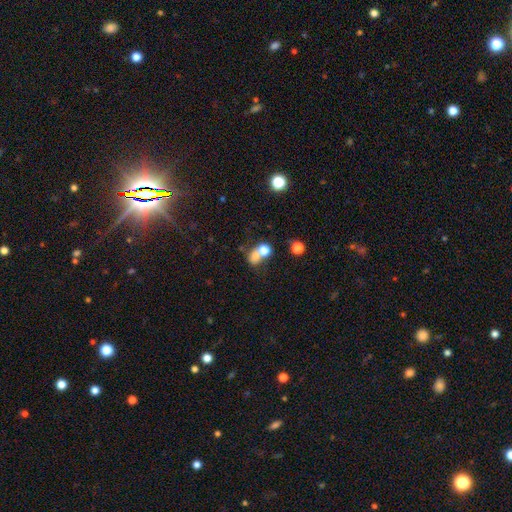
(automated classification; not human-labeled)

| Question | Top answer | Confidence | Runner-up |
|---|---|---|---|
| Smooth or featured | smooth | 69% | star or artifact (16%) |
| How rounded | round | 62% | in between (37%) |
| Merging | merger | 54% | none (32%) |